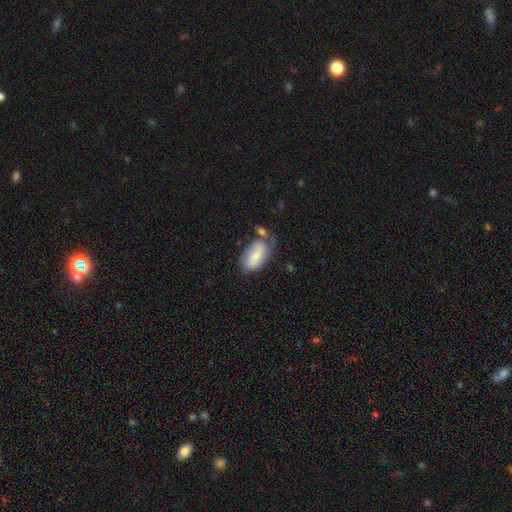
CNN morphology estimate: A smooth galaxy with no disk features (65%) that is in between round and cigar-shaped (93%).

Vote fractions:
- Smooth or featured? smooth: 65% / featured or disk: 29% / star or artifact: 6%
- How rounded? in between: 93% / cigar-shaped: 4% / round: 3%
- Merging? none: 43% / minor disturbance: 27% / merger: 19% / major disturbance: 12%